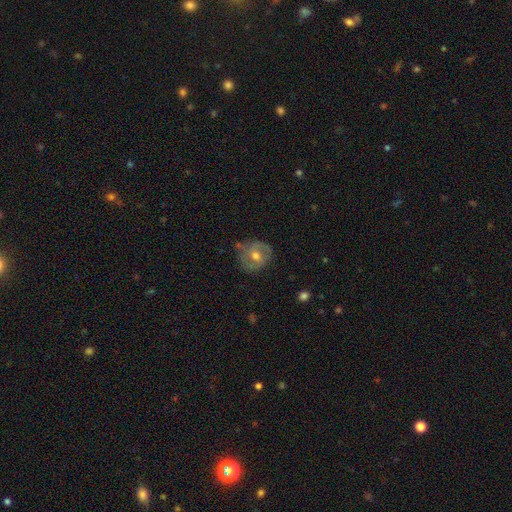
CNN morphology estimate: featured or disk 56%, smooth 36%, star or artifact 8%. Down the decision tree: edge-on disk — no (96%); bar — no (54%); spiral arms — yes (69%); bulge size — moderate (73%); merging — none (71%).